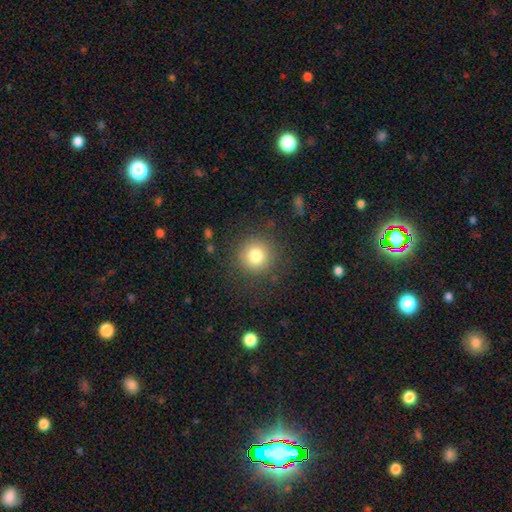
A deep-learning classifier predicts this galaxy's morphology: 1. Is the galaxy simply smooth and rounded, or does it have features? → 78% smooth, 12% star or artifact, 9% featured or disk.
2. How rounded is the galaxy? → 94% round, 5% in between, 1% cigar-shaped.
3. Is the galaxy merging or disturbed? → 87% none, 8% minor disturbance, 4% major disturbance, 1% merger.